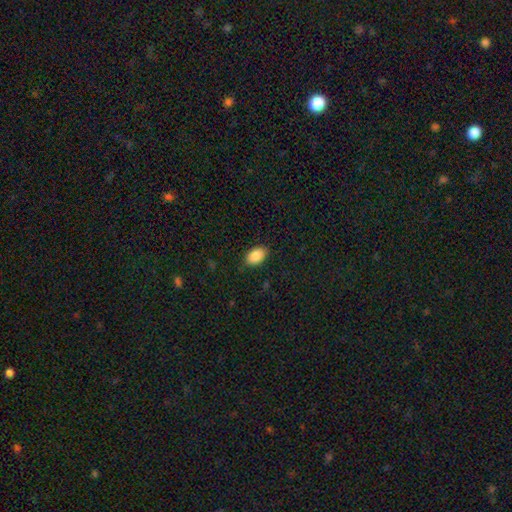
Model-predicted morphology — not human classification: This appears to be a smooth galaxy with no disk features (89%) that is in between round and cigar-shaped (91%). Merging: none (85%).